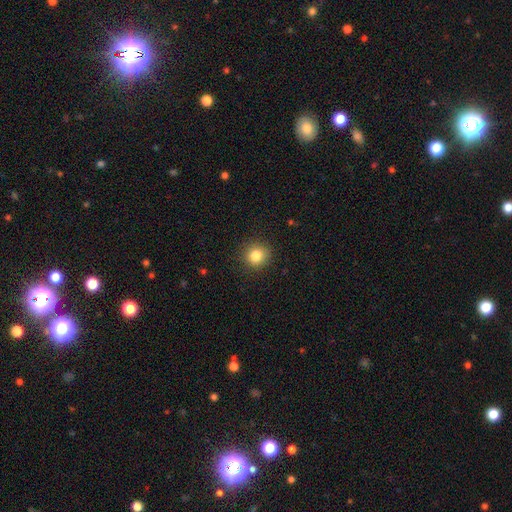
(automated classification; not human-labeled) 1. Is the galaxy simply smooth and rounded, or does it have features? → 83% smooth, 11% star or artifact, 6% featured or disk.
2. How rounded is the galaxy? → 89% round, 10% in between, 1% cigar-shaped.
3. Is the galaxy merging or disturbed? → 90% none, 7% minor disturbance, 2% major disturbance, 1% merger.